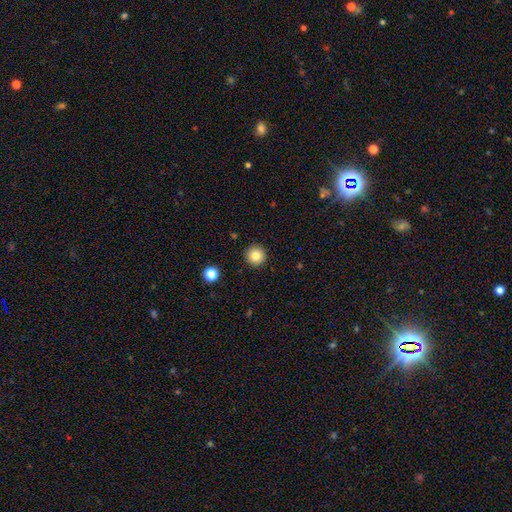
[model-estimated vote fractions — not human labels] Smooth or featured? Predicted: smooth (p=0.83). How rounded? Predicted: round (p=0.96). Merging? Predicted: none (p=0.92).